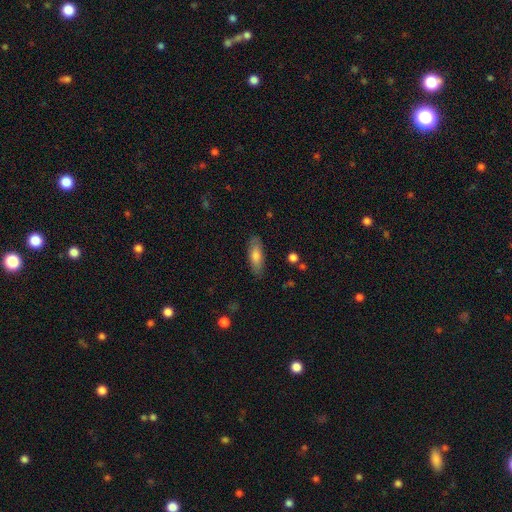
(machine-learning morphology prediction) Q: Smooth or featured?
A: smooth (74%); runner-up: featured or disk (19%)
Q: How rounded?
A: in between (64%); runner-up: cigar-shaped (34%)
Q: Merging?
A: none (84%); runner-up: minor disturbance (12%)